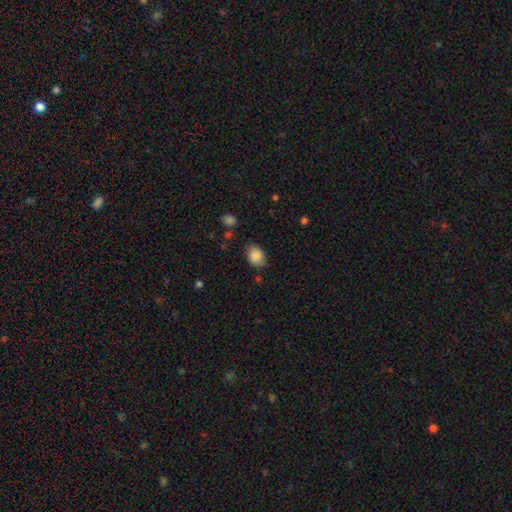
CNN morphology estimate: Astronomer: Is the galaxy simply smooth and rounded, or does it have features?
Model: smooth — 86%.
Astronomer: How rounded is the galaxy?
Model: in between — 75%.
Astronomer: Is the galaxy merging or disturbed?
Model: none — 76%.